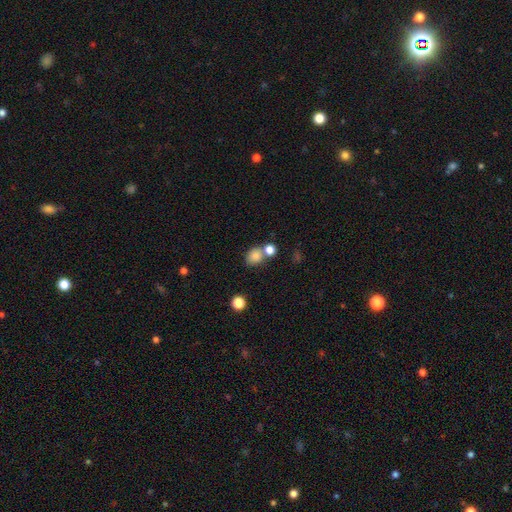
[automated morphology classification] A smooth galaxy with no disk features (83%) that is round (60%).

Vote fractions:
- Smooth or featured? smooth: 83% / star or artifact: 11% / featured or disk: 6%
- How rounded? round: 60% / in between: 39% / cigar-shaped: 1%
- Merging? none: 56% / merger: 29% / minor disturbance: 11% / major disturbance: 4%